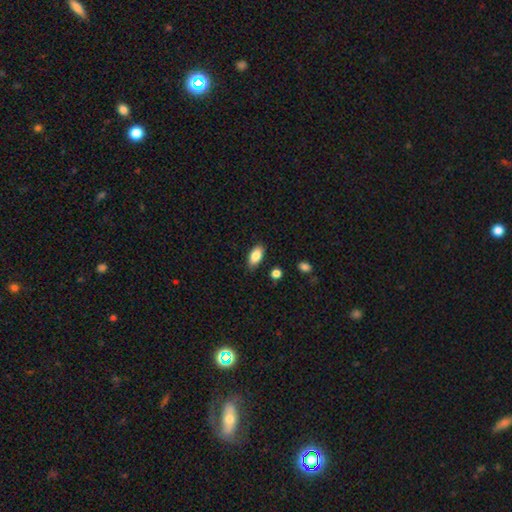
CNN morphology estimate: This is clearly a smooth galaxy (85%). How rounded: clearly in between (90%). Merging: clearly none (84%).